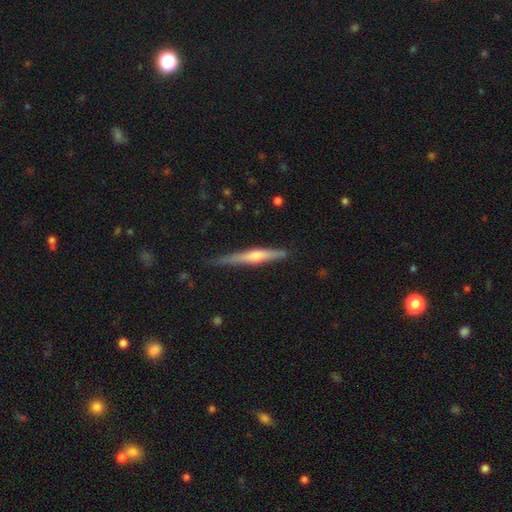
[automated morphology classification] featured or disk 62%, smooth 32%, star or artifact 6%. Down the decision tree: edge-on disk — yes (97%); edge-on bulge — rounded (82%); merging — none (78%).